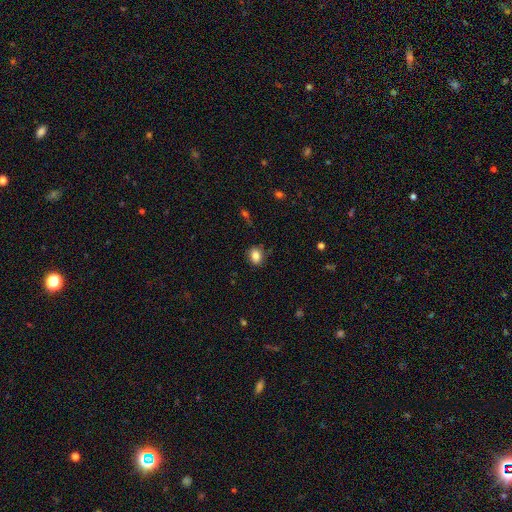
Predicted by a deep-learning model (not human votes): smooth_or_featured: smooth (p=0.84) [alt: star or artifact p=0.10]
how_rounded: in between (p=0.58) [alt: round p=0.41]
merging: none (p=0.82) [alt: minor disturbance p=0.14]